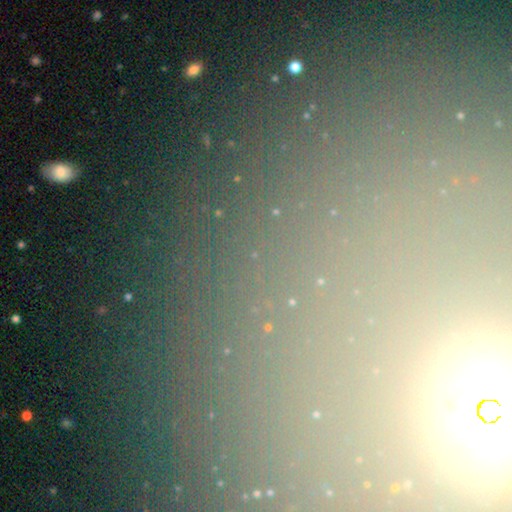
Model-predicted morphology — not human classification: Smooth or featured: star or artifact — 72% (smooth — 17%)